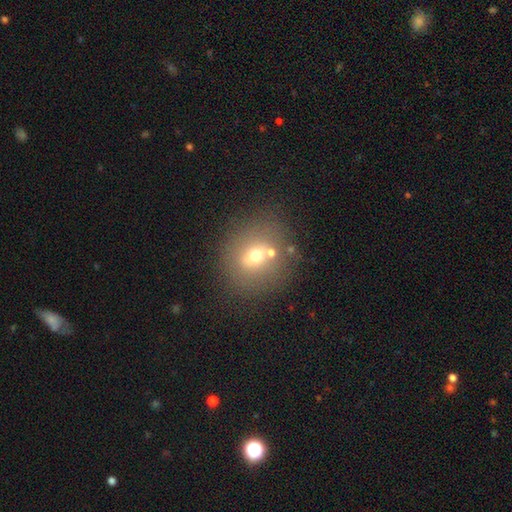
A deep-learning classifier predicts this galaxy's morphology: A smooth galaxy with no disk features (57%) that is round (77%). Merging: none (74%).